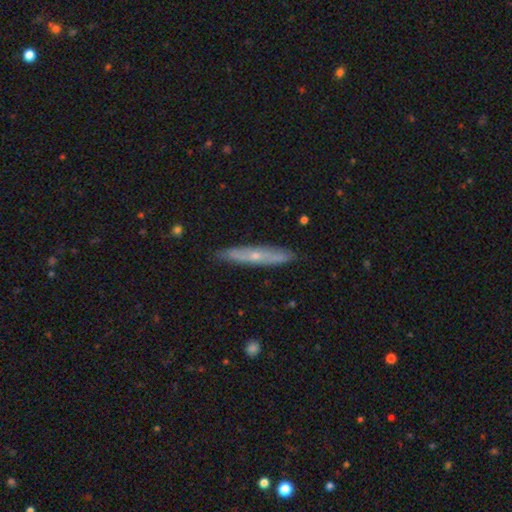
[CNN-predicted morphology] A featured or disk galaxy (56%) viewed edge-on (83%). Merging: none (87%).